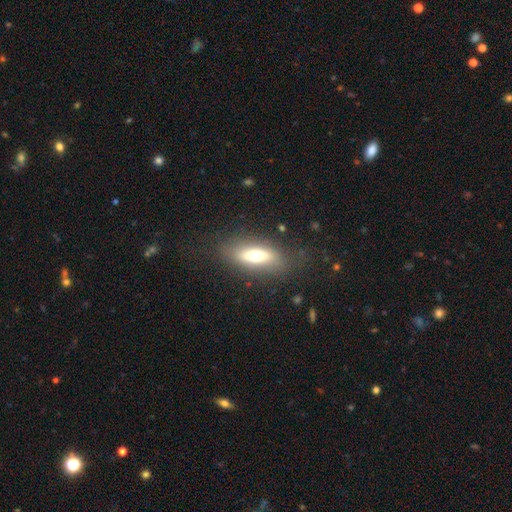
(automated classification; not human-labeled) Smooth or featured?
  - smooth: 59% *
  - featured or disk: 32%
  - star or artifact: 8%
How rounded?
  - in between: 64% *
  - cigar-shaped: 32%
  - round: 4%
Merging?
  - none: 78% *
  - minor disturbance: 14%
  - major disturbance: 7%
  - merger: 1%